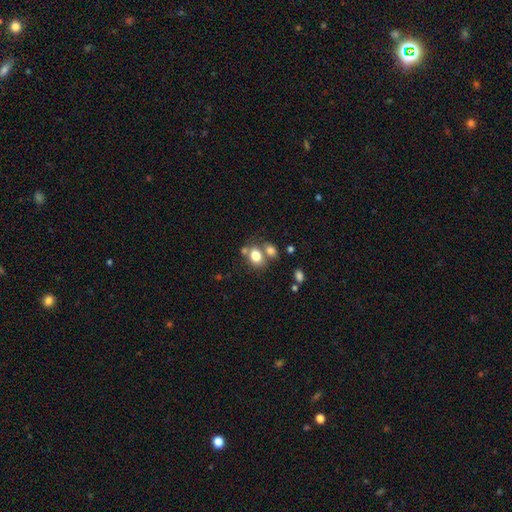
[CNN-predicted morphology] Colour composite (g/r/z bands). It shows a smooth galaxy with no disk features (78%) that is in between round and cigar-shaped (58%). Merging: none (50%).